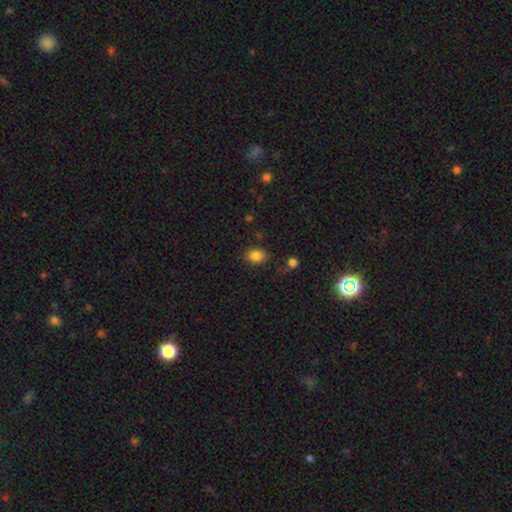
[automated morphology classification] This appears to be a smooth galaxy with no disk features (84%) that is in between round and cigar-shaped (66%). Merging: none (79%).